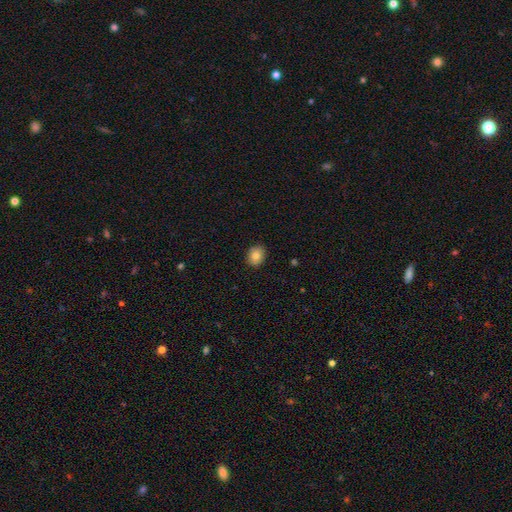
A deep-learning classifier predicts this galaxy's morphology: The model was most divided on "how rounded": in between: 51%, round: 48%, cigar-shaped: 1%. More confident: merging — none (89%); smooth or featured — smooth (82%).